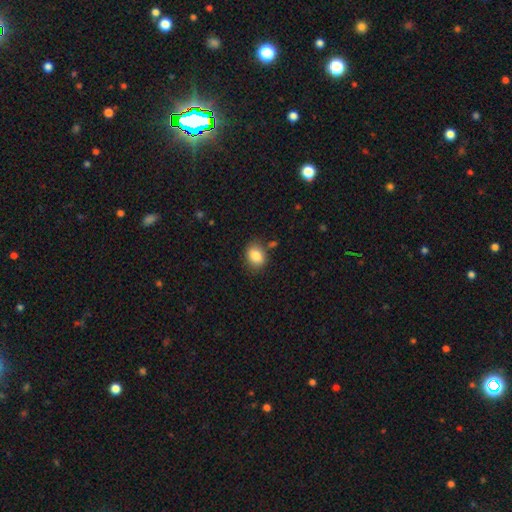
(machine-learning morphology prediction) The model was most divided on "how rounded": in between: 59%, round: 40%, cigar-shaped: 1%. More confident: smooth or featured — smooth (84%); merging — none (78%).